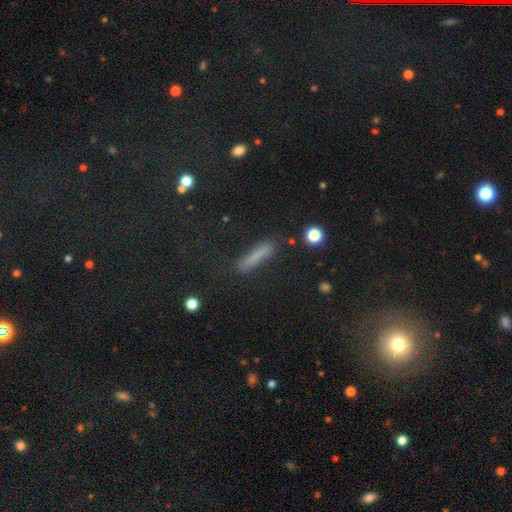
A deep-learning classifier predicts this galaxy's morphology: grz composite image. It shows a smooth galaxy with no disk features (70%) that is cigar-shaped (89%). Merging: none (78%).